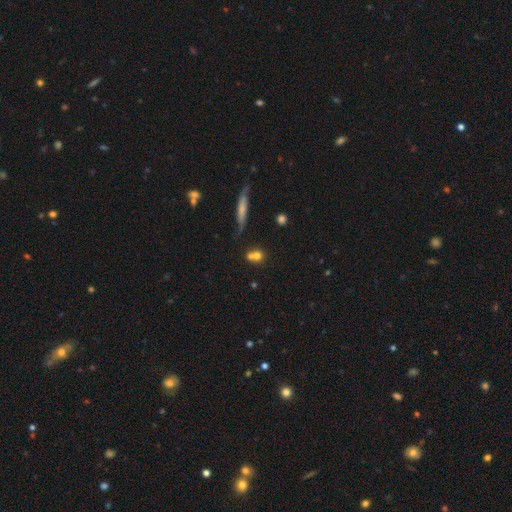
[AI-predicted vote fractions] Smooth or featured: smooth — 68% (featured or disk — 19%)
How rounded: round — 67% (in between — 26%)
Merging: merger — 48% (none — 38%)